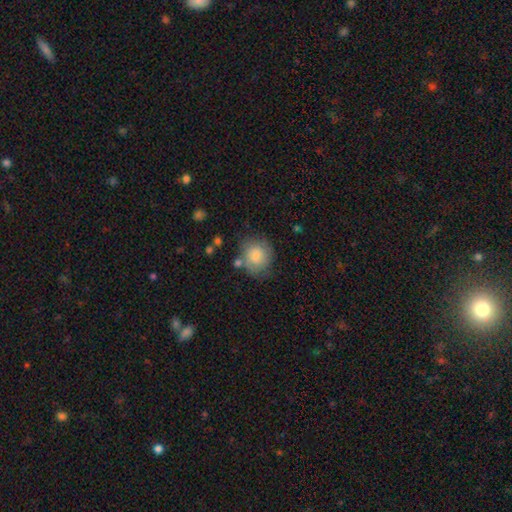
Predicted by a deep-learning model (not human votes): Overall: smooth (75%). How rounded: round (75%). Merging: none (62%; minor disturbance 22%).